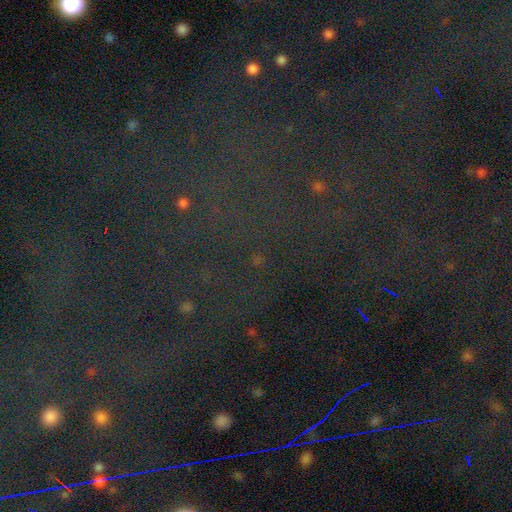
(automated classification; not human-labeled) This appears to be a star or artifact, not a galaxy (81%).